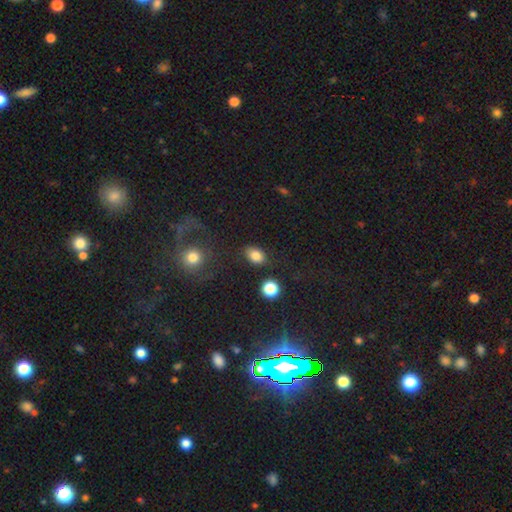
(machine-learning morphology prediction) This appears to be a smooth galaxy with no disk features (83%) that is in between round and cigar-shaped (76%). Merging: none (81%).